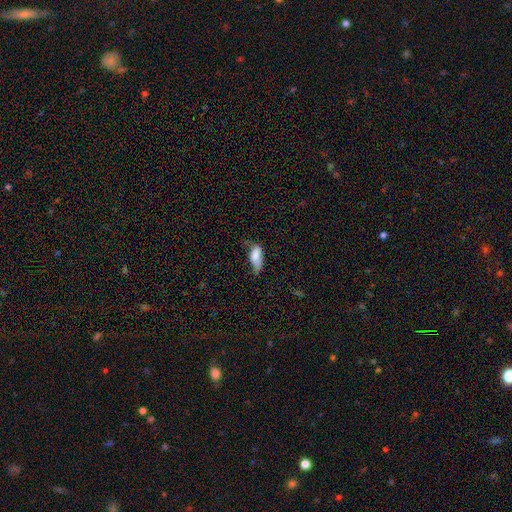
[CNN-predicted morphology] smooth_or_featured: smooth (p=0.80) [alt: featured or disk p=0.12]
how_rounded: in between (p=0.83) [alt: cigar-shaped p=0.15]
merging: minor disturbance (p=0.43) [alt: none p=0.30]